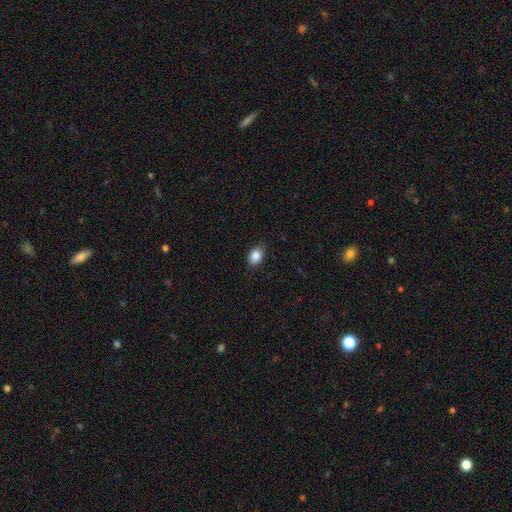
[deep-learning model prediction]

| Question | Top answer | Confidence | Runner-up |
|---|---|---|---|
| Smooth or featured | smooth | 87% | star or artifact (9%) |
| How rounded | in between | 78% | round (21%) |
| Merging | none | 86% | minor disturbance (11%) |